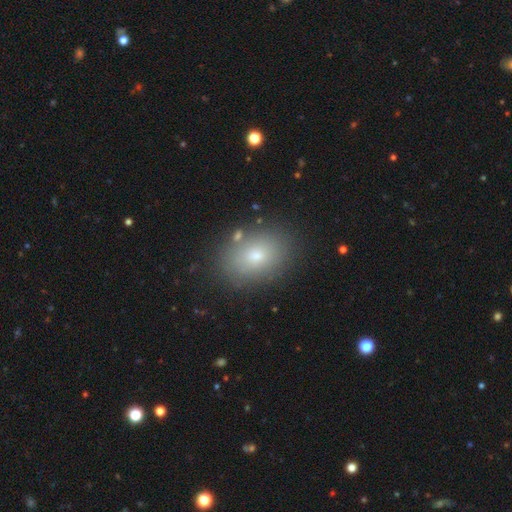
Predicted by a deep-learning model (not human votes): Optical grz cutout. It shows a smooth galaxy with no disk features (73%) that is in between round and cigar-shaped (74%). Merging: none (84%).